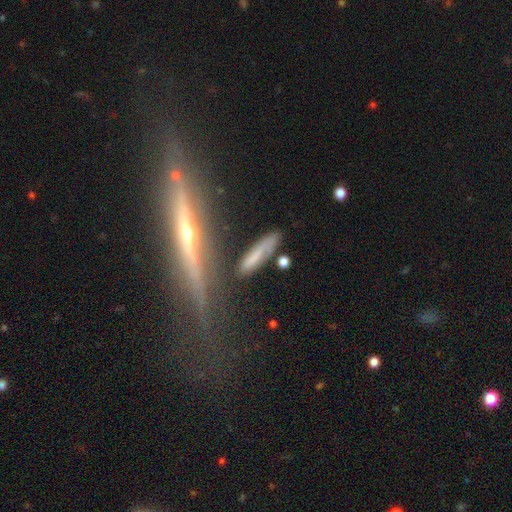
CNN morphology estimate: smooth_or_featured: smooth (p=0.53) [alt: featured or disk p=0.37]
how_rounded: cigar-shaped (p=0.77) [alt: in between p=0.19]
merging: none (p=0.68) [alt: minor disturbance p=0.18]